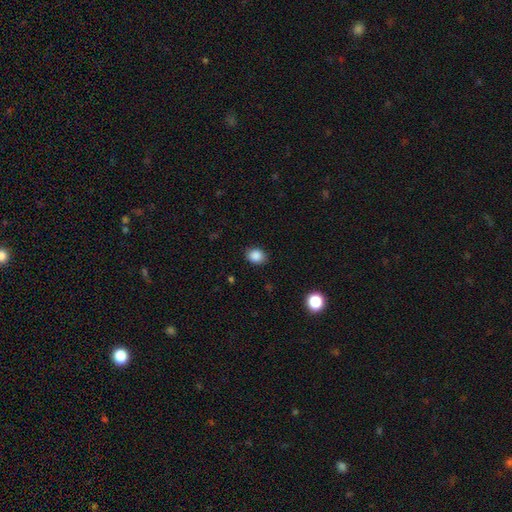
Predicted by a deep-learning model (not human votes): Morphology: type=smooth (88%); roundness=round (51%); merging=none (87%).